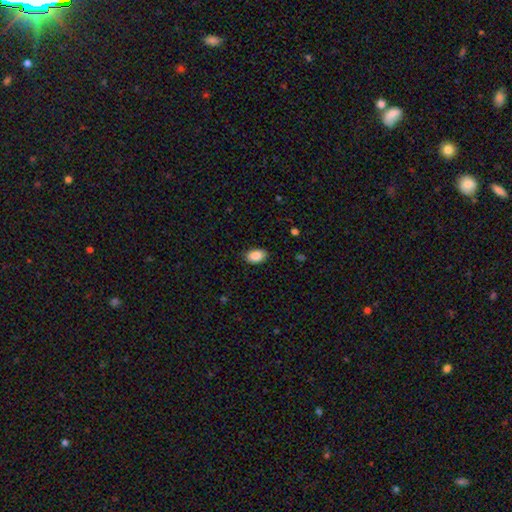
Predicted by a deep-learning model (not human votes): This appears to be a smooth galaxy with no disk features (89%) that is in between round and cigar-shaped (89%). Merging: none (87%).